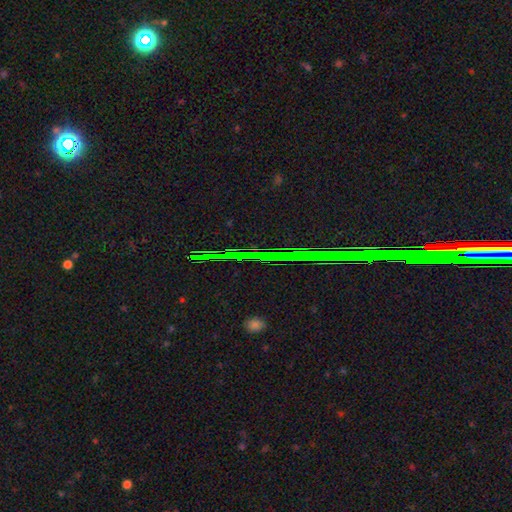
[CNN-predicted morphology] smooth-or-featured: star or artifact: 79% | featured or disk: 11% | smooth: 9%